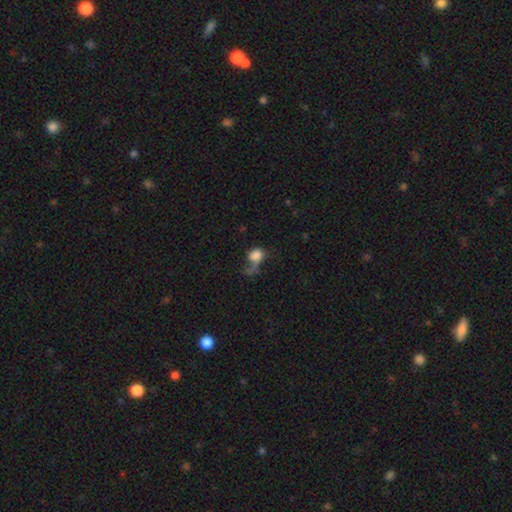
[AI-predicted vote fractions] A smooth galaxy with no disk features (68%) that is in between round and cigar-shaped (50%). Merging: major disturbance (51%).